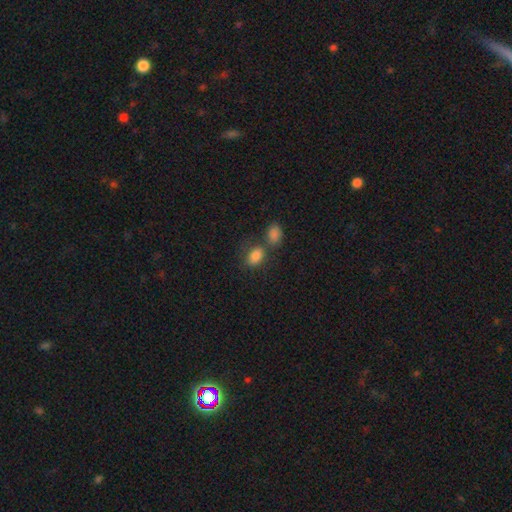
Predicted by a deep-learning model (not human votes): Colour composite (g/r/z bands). It shows a smooth galaxy with no disk features (84%) that is in between round and cigar-shaped (83%). Merging: none (46%).